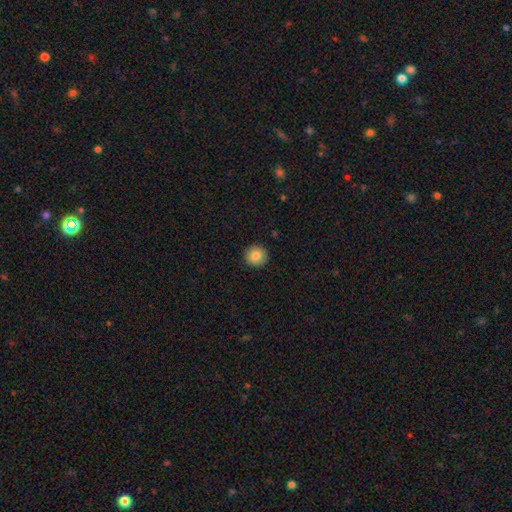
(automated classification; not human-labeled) The model was most divided on "smooth or featured": smooth: 84%, star or artifact: 8%, featured or disk: 7%. More confident: how rounded — round (93%); merging — none (92%).